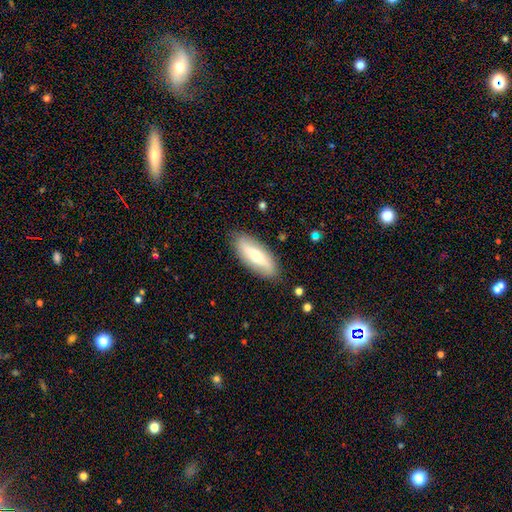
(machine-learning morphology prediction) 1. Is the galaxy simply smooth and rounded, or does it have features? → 52% smooth, 43% featured or disk, 6% star or artifact.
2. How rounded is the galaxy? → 68% in between, 29% cigar-shaped, 3% round.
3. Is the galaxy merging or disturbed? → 85% none, 11% minor disturbance, 3% major disturbance, 1% merger.